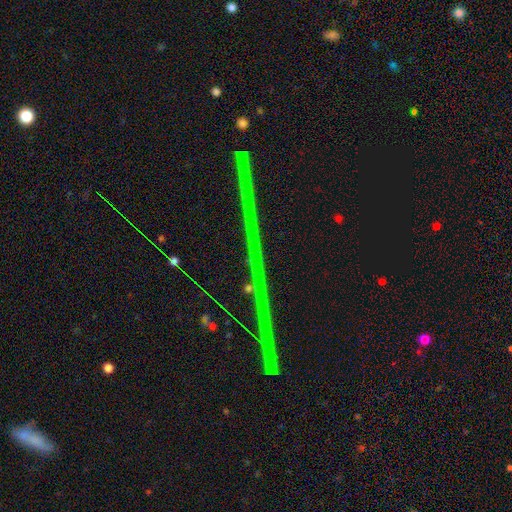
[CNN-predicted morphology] star or artifact 81%, featured or disk 13%, smooth 7%.